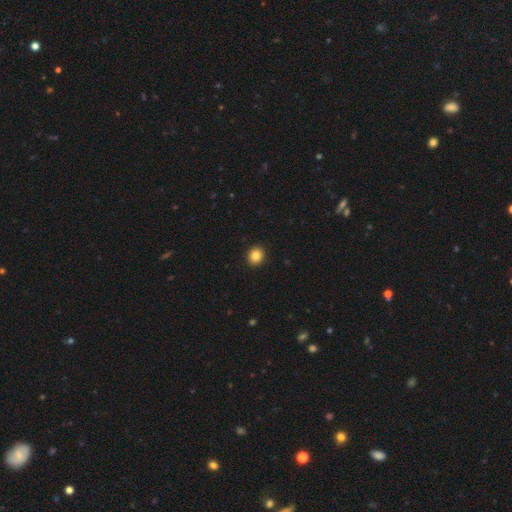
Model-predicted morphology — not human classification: Q: Smooth or featured?
A: smooth (85%); runner-up: star or artifact (10%)
Q: How rounded?
A: round (87%); runner-up: in between (12%)
Q: Merging?
A: none (93%); runner-up: minor disturbance (4%)